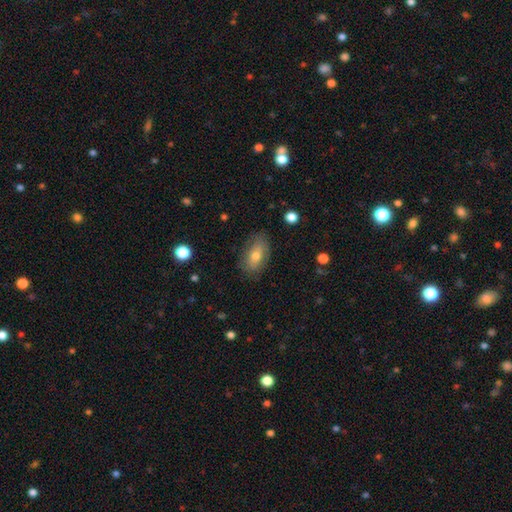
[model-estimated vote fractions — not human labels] Smooth or featured: smooth — 67% (featured or disk — 25%)
How rounded: in between — 87% (round — 7%)
Merging: none — 80% (minor disturbance — 15%)